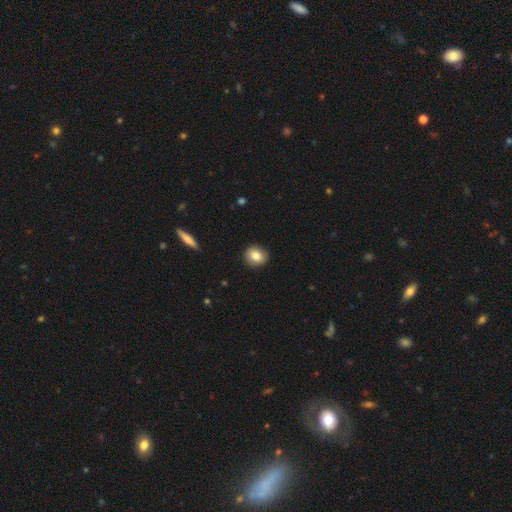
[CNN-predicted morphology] Smooth or featured? Predicted: smooth (p=0.82). How rounded? Predicted: round (p=0.80). Merging? Predicted: none (p=0.89).